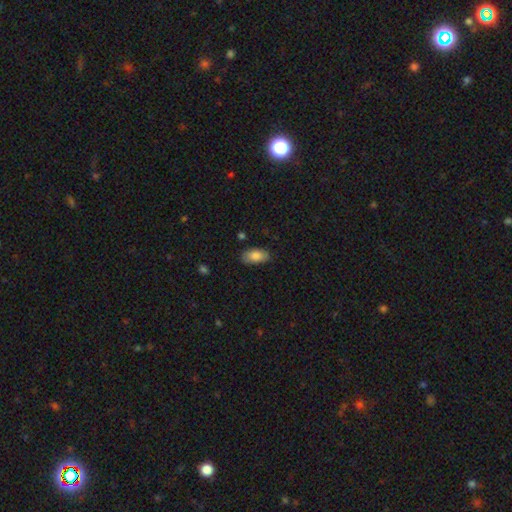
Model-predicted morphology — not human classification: Smooth or featured: smooth — 84% (featured or disk — 10%)
How rounded: in between — 93% (cigar-shaped — 4%)
Merging: none — 82% (minor disturbance — 14%)